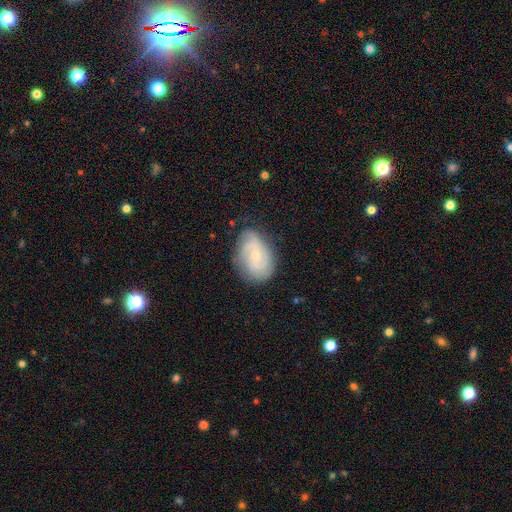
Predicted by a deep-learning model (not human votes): featured or disk 67%, smooth 26%, star or artifact 7%. Down the decision tree: edge-on disk — no (97%); bar — no (65%); spiral arms — yes (90%); spiral arm count — 2 (36%); spiral winding — tight (51%); bulge size — small (68%); merging — none (71%).